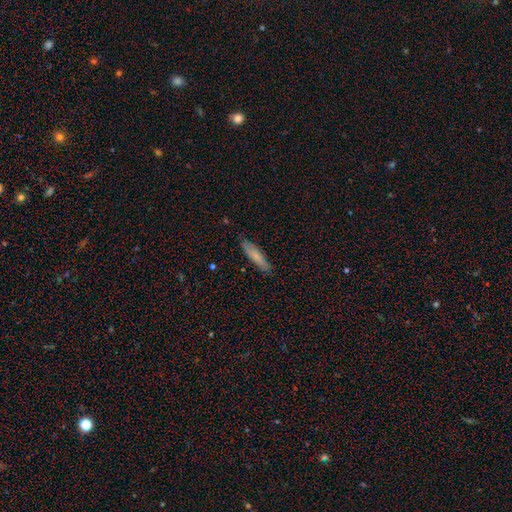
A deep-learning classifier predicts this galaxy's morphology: Smooth or featured? smooth (73%)
How rounded? cigar-shaped (80%)
Merging? none (86%)